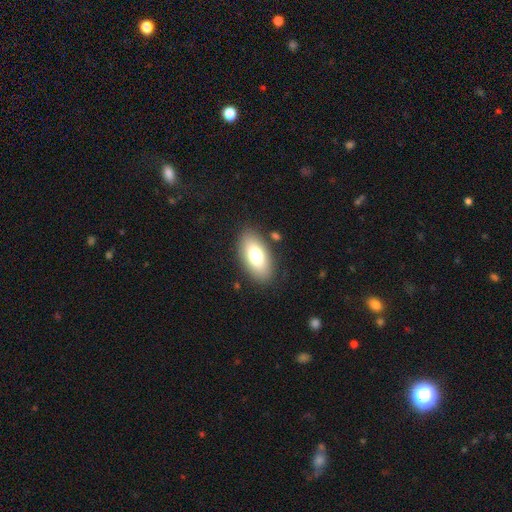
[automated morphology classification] This is likely a smooth galaxy (75%). How rounded: clearly in between (92%). Merging: clearly none (85%).